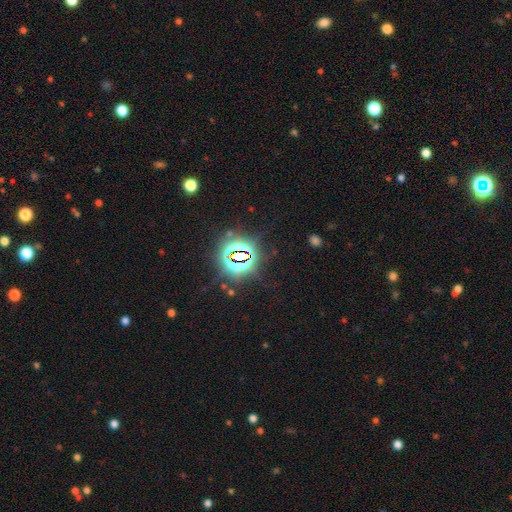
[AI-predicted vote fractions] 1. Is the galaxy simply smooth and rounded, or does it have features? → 81% star or artifact, 11% smooth, 8% featured or disk.